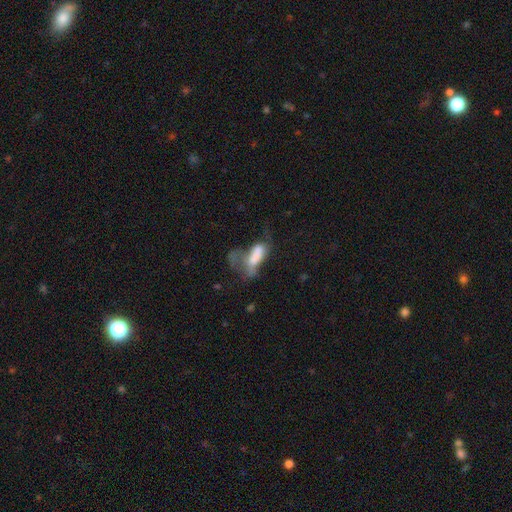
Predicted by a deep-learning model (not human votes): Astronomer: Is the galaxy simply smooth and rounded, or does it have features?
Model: smooth — 60%.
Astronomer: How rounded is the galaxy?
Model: in between — 76%.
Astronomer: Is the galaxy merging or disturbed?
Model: major disturbance — 48%.